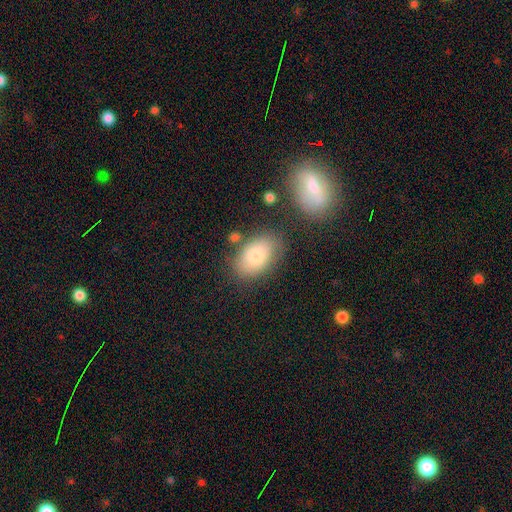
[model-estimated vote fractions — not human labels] A smooth galaxy with no disk features (79%) that is in between round and cigar-shaped (90%). Merging: none (70%).